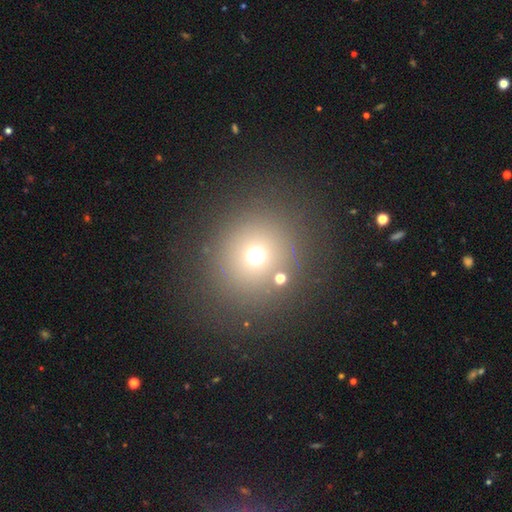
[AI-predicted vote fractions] Overall: smooth (65%; star or artifact 26%). How rounded: round (92%). Merging: none (80%).